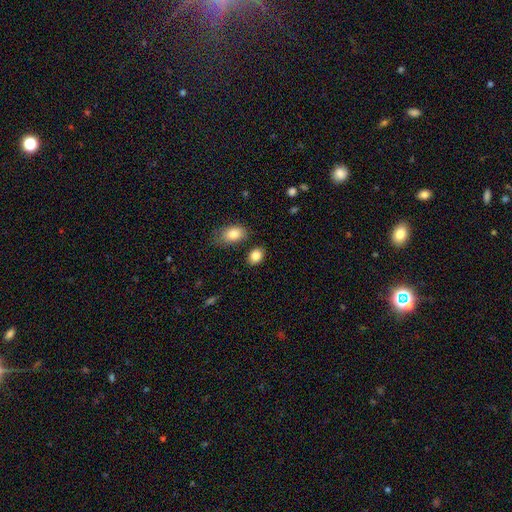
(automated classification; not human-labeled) Smooth or featured? Predicted: smooth (p=0.87). How rounded? Predicted: in between (p=0.74). Merging? Predicted: none (p=0.76).